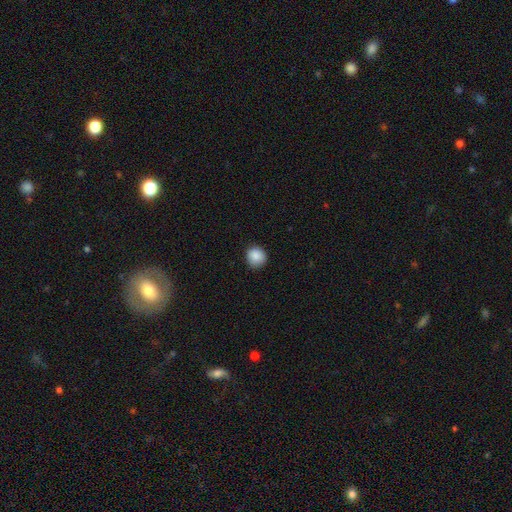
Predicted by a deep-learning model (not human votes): Overall: smooth (88%). How rounded: round (91%). Merging: none (86%).